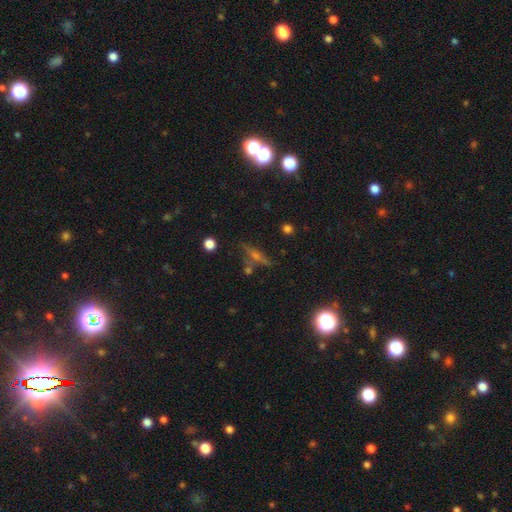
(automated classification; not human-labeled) This is marginally a featured or disk galaxy (43%). Merging: likely none (71%).